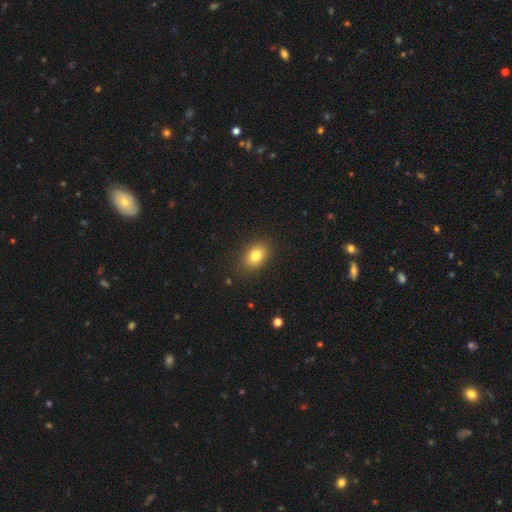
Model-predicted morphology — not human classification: Q: Smooth or featured?
A: smooth (81%); runner-up: star or artifact (10%)
Q: How rounded?
A: in between (74%); runner-up: round (24%)
Q: Merging?
A: none (87%); runner-up: minor disturbance (10%)